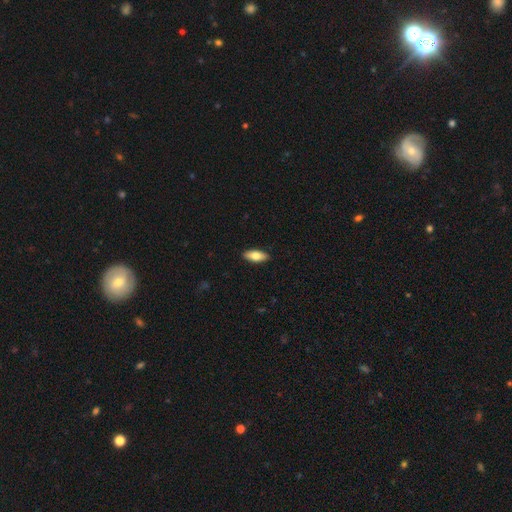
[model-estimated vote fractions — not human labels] smooth 75%, featured or disk 19%, star or artifact 6%. Down the decision tree: how rounded — in between (80%); merging — none (90%).